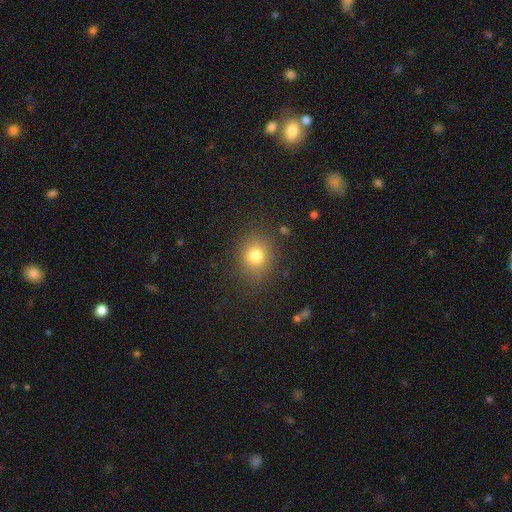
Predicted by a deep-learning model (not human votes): Smooth or featured: smooth — 76% (star or artifact — 14%)
How rounded: round — 68% (in between — 31%)
Merging: none — 78% (minor disturbance — 14%)